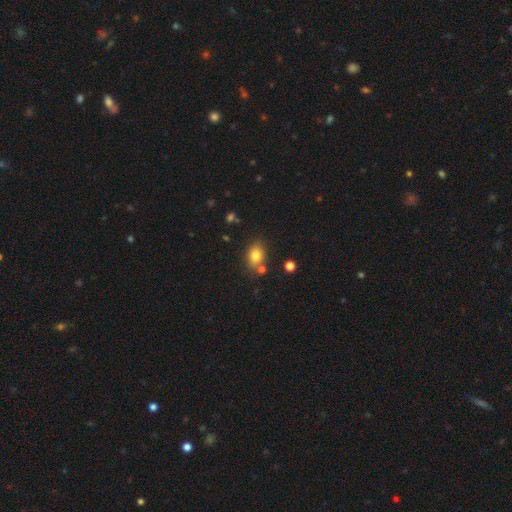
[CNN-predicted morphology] Smooth or featured?
  - smooth: 79% *
  - star or artifact: 11%
  - featured or disk: 9%
How rounded?
  - in between: 64% *
  - round: 35%
  - cigar-shaped: 1%
Merging?
  - none: 73% *
  - minor disturbance: 14%
  - merger: 10%
  - major disturbance: 4%